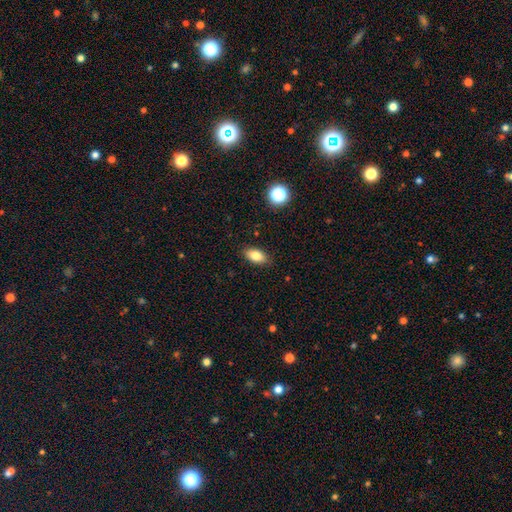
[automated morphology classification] type=smooth (82%); roundness=in between (88%); merging=none (87%).